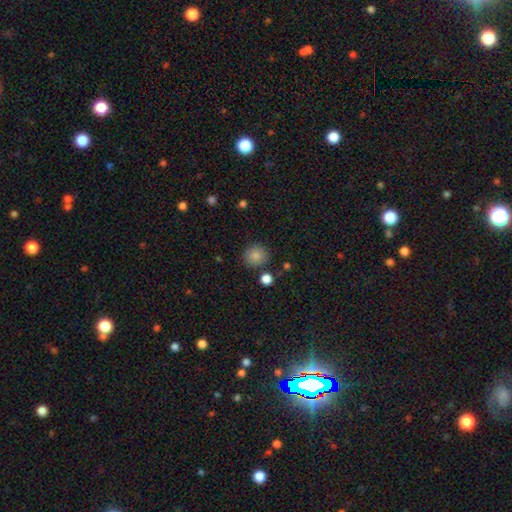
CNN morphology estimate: A smooth galaxy with no disk features (85%) that is round (89%). Merging: none (85%).